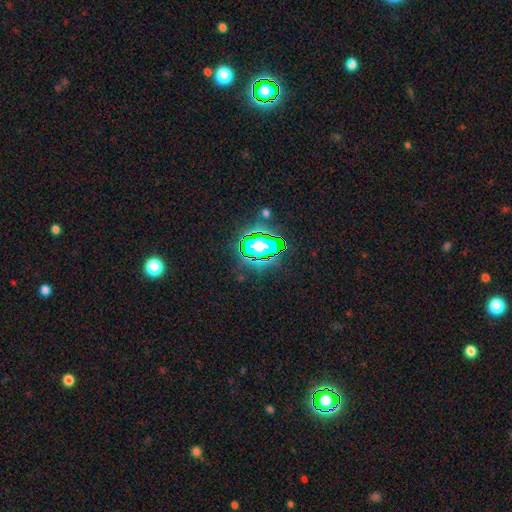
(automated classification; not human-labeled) smooth_or_featured: star or artifact (p=0.79) [alt: smooth p=0.14]